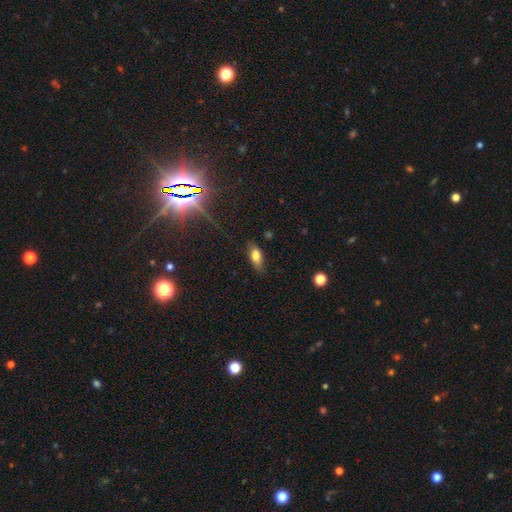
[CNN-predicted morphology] smooth-or-featured: smooth: 76% | featured or disk: 14% | star or artifact: 10%
  how-rounded: in between: 81% | cigar-shaped: 16% | round: 3%
  merging: none: 76% | minor disturbance: 19% | major disturbance: 4% | merger: 2%